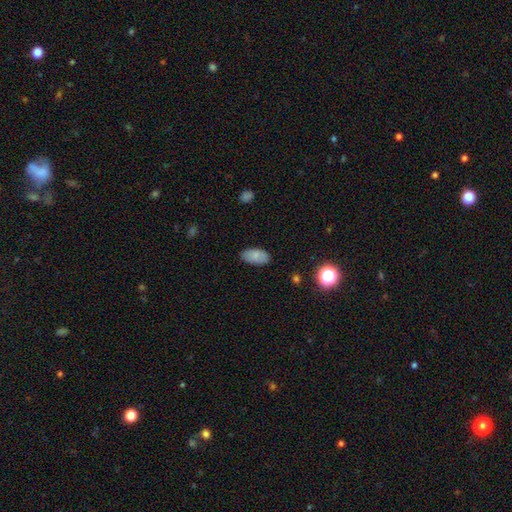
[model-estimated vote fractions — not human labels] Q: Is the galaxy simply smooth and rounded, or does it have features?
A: smooth — 80%.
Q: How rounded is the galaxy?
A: in between — 94%.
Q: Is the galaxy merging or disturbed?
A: none — 81%.